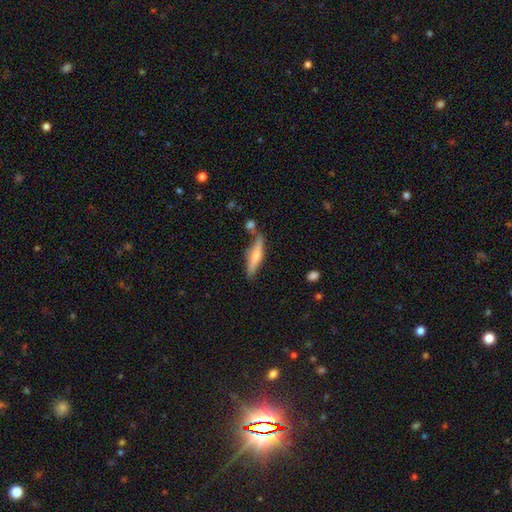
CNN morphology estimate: Smooth or featured? smooth (52%)
How rounded? cigar-shaped (81%)
Merging? none (69%)